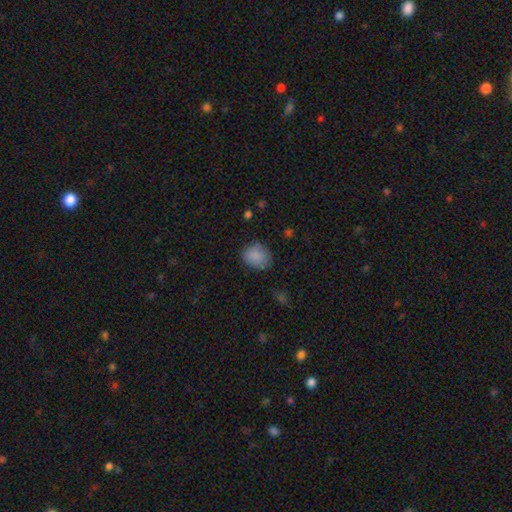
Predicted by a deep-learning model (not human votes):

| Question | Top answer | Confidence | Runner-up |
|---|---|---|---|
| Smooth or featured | smooth | 85% | star or artifact (8%) |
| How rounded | round | 59% | in between (40%) |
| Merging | none | 75% | minor disturbance (19%) |